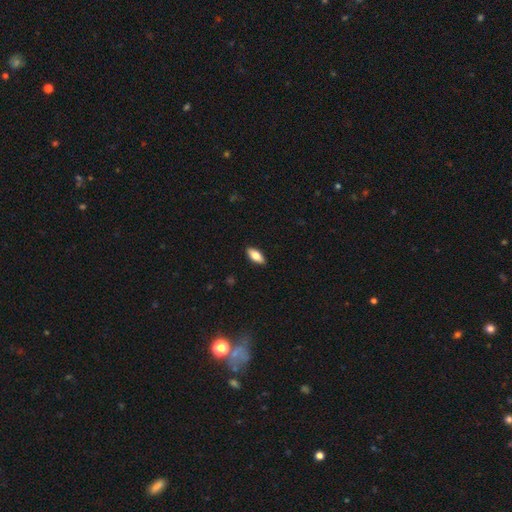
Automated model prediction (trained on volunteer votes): Smooth or featured? Predicted: smooth (p=0.74). How rounded? Predicted: in between (p=0.83). Merging? Predicted: none (p=0.90).